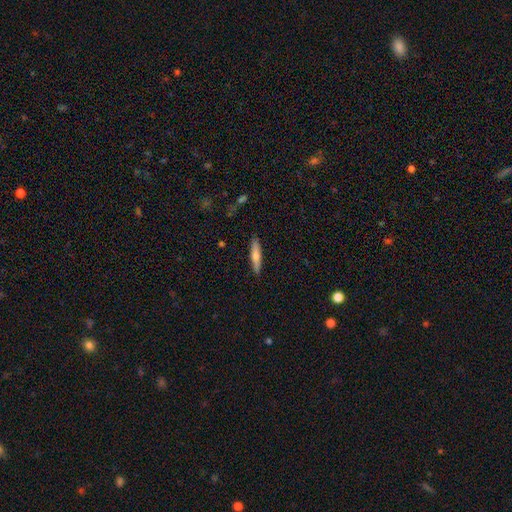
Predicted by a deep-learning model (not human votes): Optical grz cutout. It shows a smooth galaxy with no disk features (63%) that is cigar-shaped (85%). Merging: none (89%).